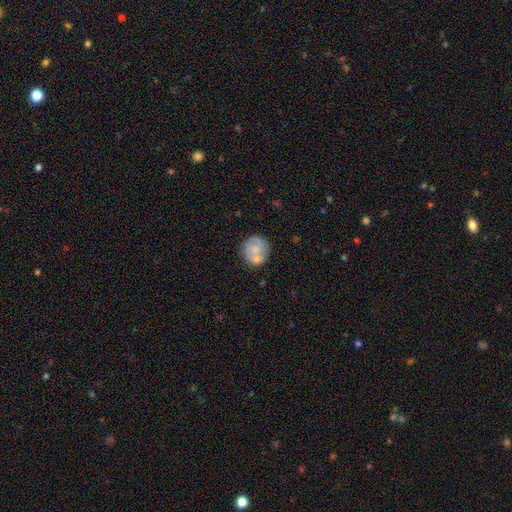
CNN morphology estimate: Smooth or featured? smooth (50%)
Merging? none (58%)